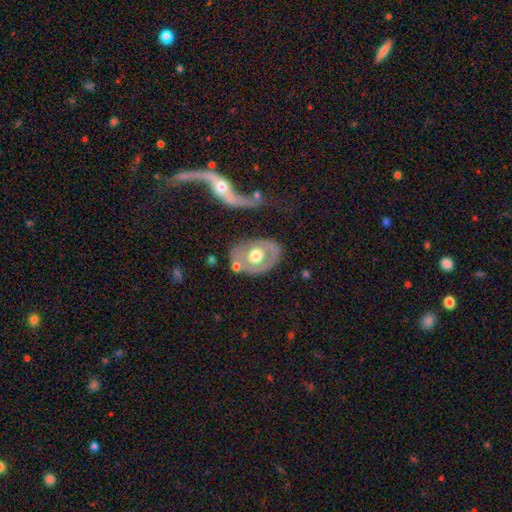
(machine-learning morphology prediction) The model was most divided on "smooth or featured": featured or disk: 58%, smooth: 37%, star or artifact: 5%. More confident: edge-on disk — no (90%); bar — no (89%); spiral arms — no (86%); merging — none (63%); bulge size — moderate (58%).